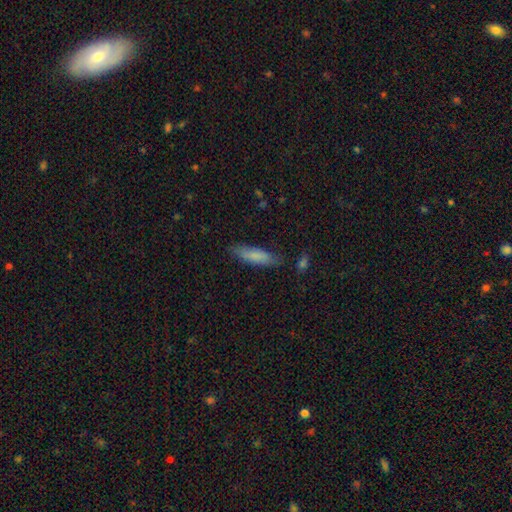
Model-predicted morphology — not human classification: A smooth galaxy with no disk features (80%) that is cigar-shaped (65%). Merging: none (78%).